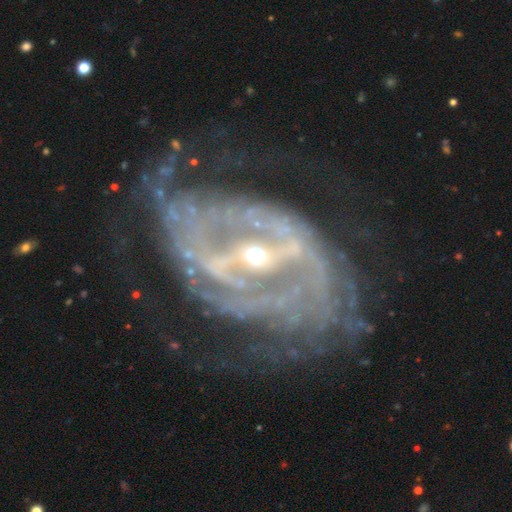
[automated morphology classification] featured or disk 90%, star or artifact 6%, smooth 4%. Down the decision tree: edge-on disk — no (94%); bar — strong (62%); spiral arms — yes (89%); spiral arm count — can't tell (35%); spiral winding — tight (58%); bulge size — small (61%); merging — none (58%).